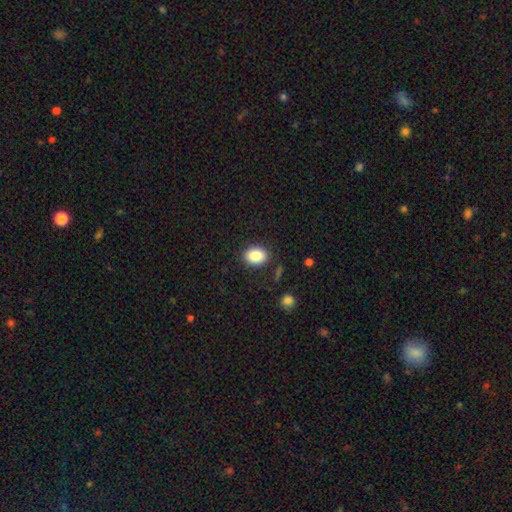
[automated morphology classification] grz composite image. It shows a smooth galaxy with no disk features (86%) that is in between round and cigar-shaped (64%). Merging: none (86%).